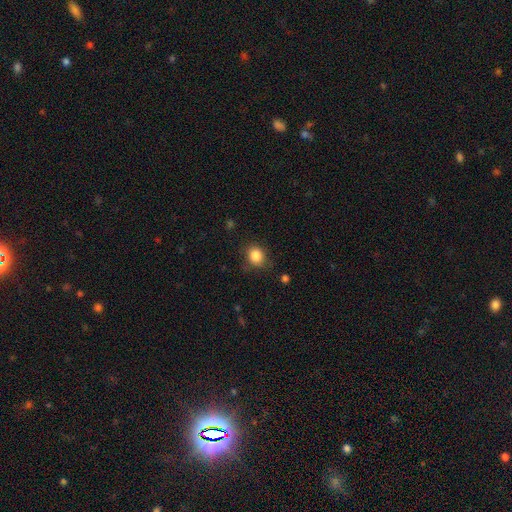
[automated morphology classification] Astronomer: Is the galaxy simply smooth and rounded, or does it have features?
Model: smooth — 85%.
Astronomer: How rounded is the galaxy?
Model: round — 72%.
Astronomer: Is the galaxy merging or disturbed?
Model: none — 80%.